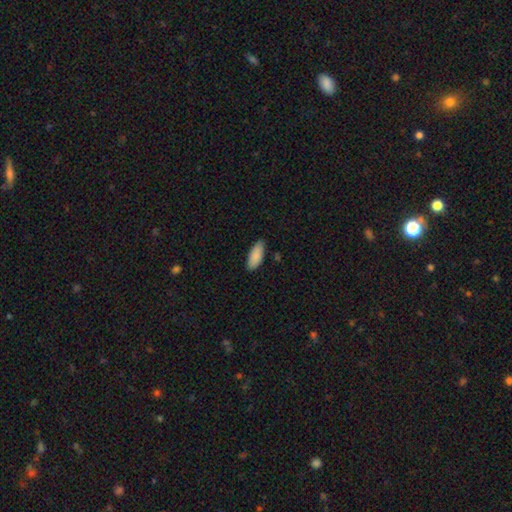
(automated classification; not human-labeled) A smooth galaxy with no disk features (89%) that is in between round and cigar-shaped (81%). Merging: none (84%).